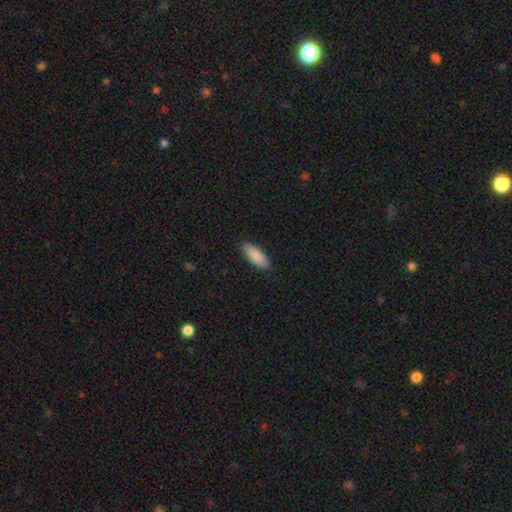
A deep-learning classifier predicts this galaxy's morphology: Overall: smooth (90%). How rounded: in between (77%). Merging: none (88%).